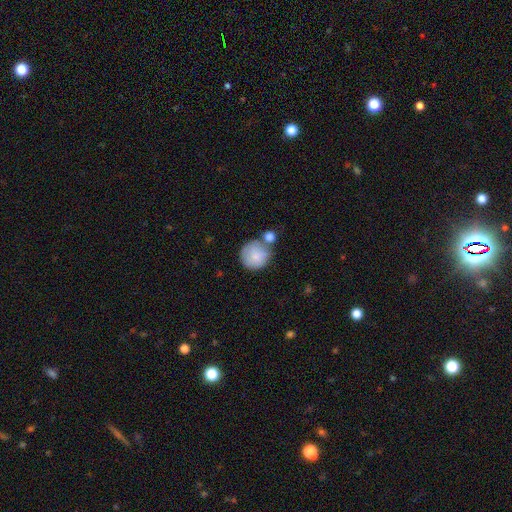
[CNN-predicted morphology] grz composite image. It shows a smooth galaxy with no disk features (82%) that is round (91%). Merging: none (52%).